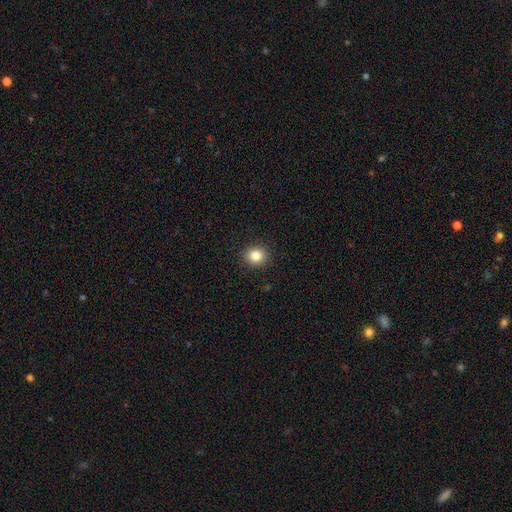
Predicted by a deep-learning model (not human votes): A smooth galaxy with no disk features (83%) that is round (87%).

Vote fractions:
- Smooth or featured? smooth: 83% / star or artifact: 11% / featured or disk: 6%
- How rounded? round: 87% / in between: 12% / cigar-shaped: 1%
- Merging? none: 92% / minor disturbance: 6% / major disturbance: 2% / merger: 1%